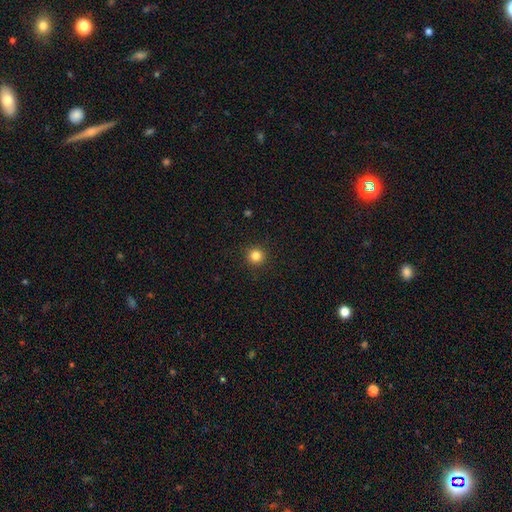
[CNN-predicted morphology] Smooth or featured: smooth — 84% (star or artifact — 12%)
How rounded: round — 95% (in between — 4%)
Merging: none — 92% (minor disturbance — 5%)